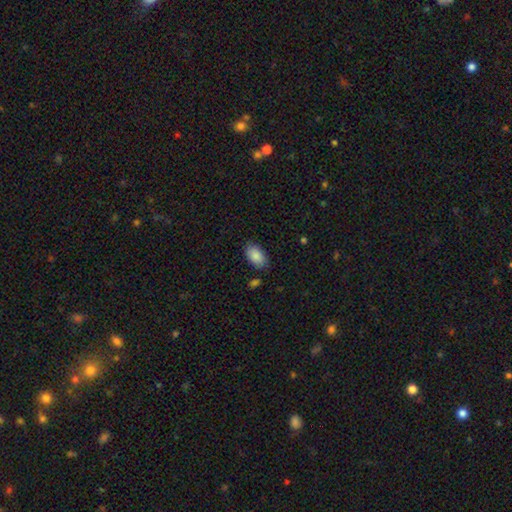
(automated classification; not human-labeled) This appears to be a smooth galaxy with no disk features (87%) that is in between round and cigar-shaped (94%). Merging: none (81%).